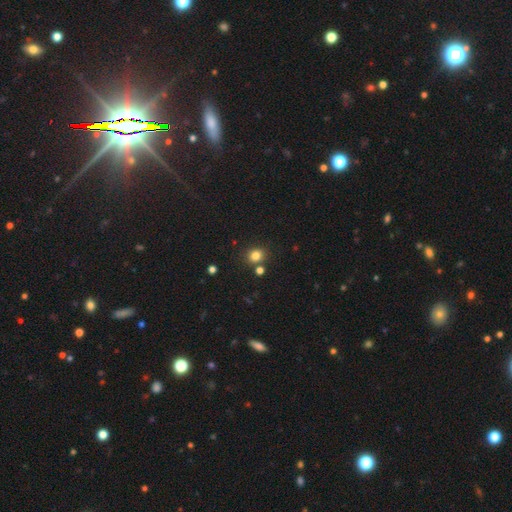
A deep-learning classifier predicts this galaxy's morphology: Overall: smooth (81%). How rounded: round (73%). Merging: none (78%).